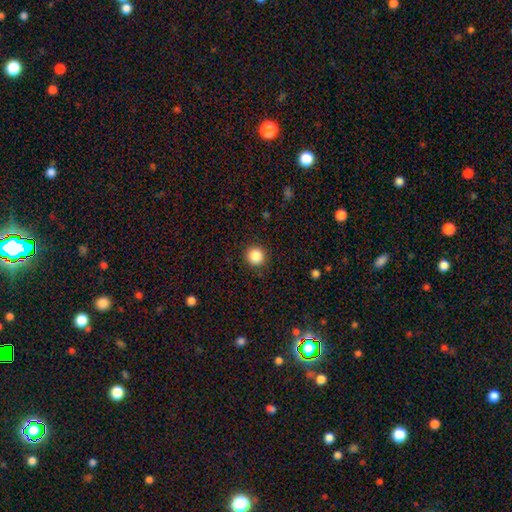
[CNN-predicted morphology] Smooth or featured: smooth — 87% (star or artifact — 10%)
How rounded: round — 95% (in between — 5%)
Merging: none — 91% (minor disturbance — 6%)